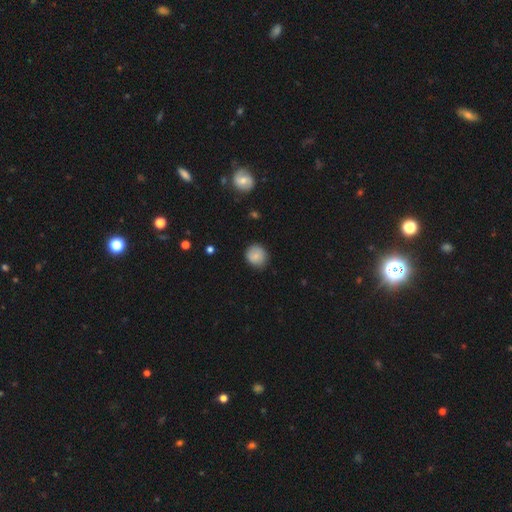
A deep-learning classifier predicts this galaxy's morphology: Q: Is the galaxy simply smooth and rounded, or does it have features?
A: smooth — 80%.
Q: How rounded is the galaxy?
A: round — 85%.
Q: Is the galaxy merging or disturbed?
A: none — 78%.